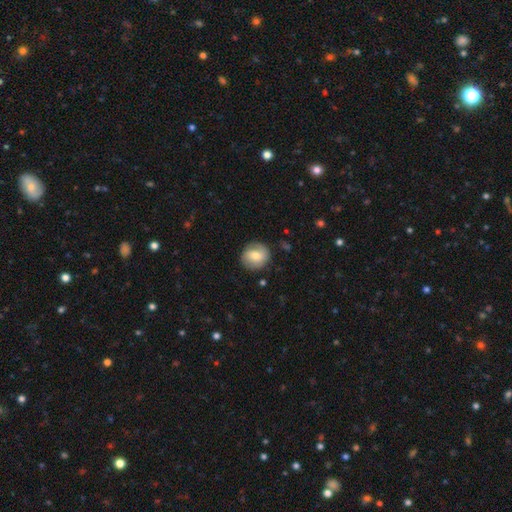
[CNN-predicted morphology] This appears to be a smooth galaxy with no disk features (64%) that is round (86%). Merging: none (83%).